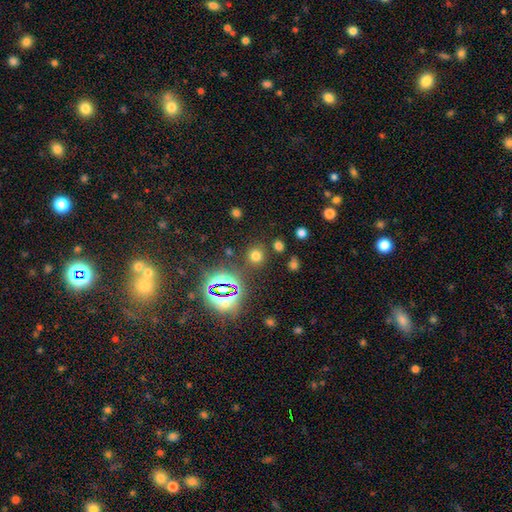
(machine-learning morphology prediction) Q: Smooth or featured?
A: smooth (65%); runner-up: star or artifact (29%)
Q: How rounded?
A: round (89%); runner-up: in between (9%)
Q: Merging?
A: none (85%); runner-up: minor disturbance (7%)